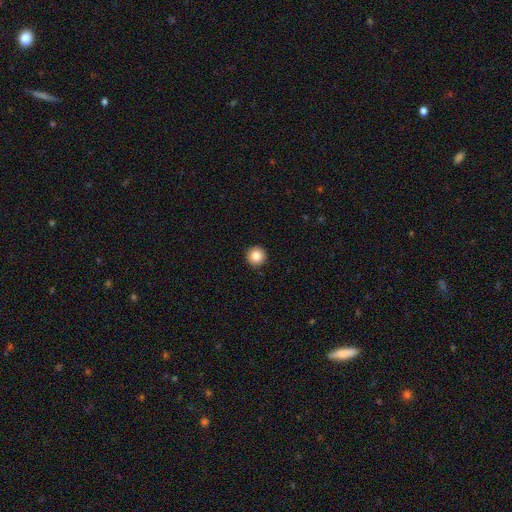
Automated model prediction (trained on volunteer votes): Smooth or featured? Predicted: smooth (p=0.84). How rounded? Predicted: round (p=0.96). Merging? Predicted: none (p=0.93).